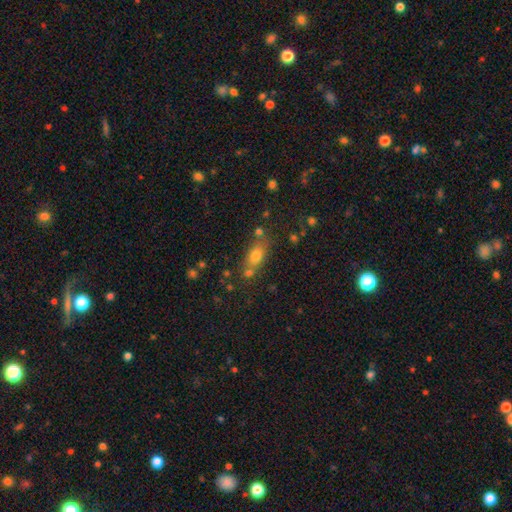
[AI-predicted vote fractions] smooth_or_featured: smooth (p=0.73) [alt: star or artifact p=0.14]
how_rounded: in between (p=0.72) [alt: round p=0.18]
merging: none (p=0.61) [alt: merger p=0.19]